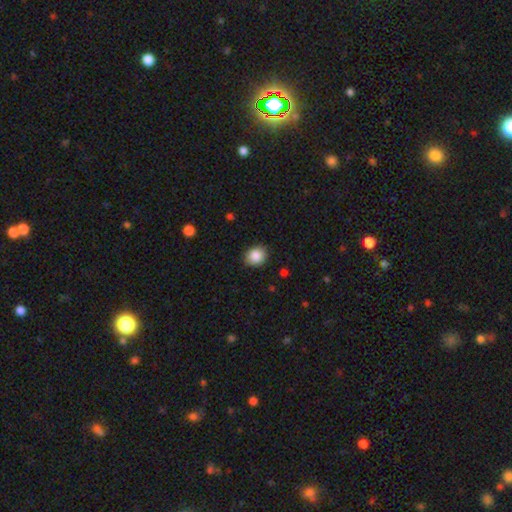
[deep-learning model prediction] Morphology: type=smooth (87%); roundness=round (65%); merging=none (86%).